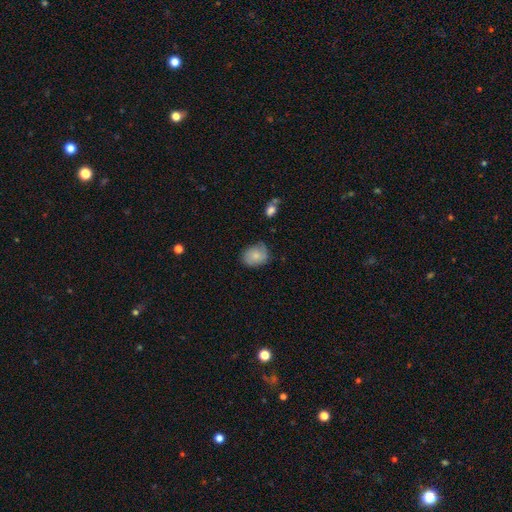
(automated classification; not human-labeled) This is likely a smooth galaxy (77%). How rounded: possibly in between (54%). Merging: likely none (65%).